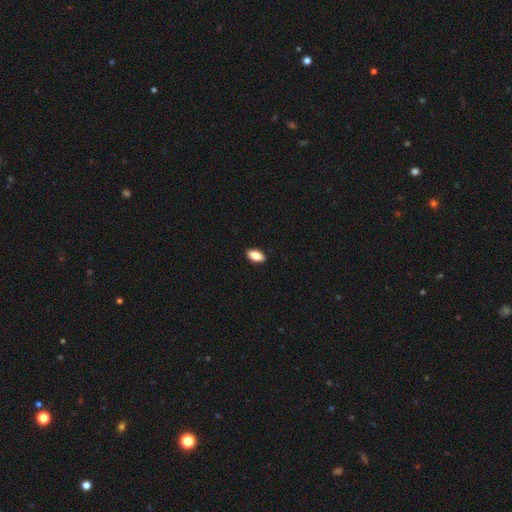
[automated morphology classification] type=smooth (84%); roundness=in between (91%); merging=none (90%).